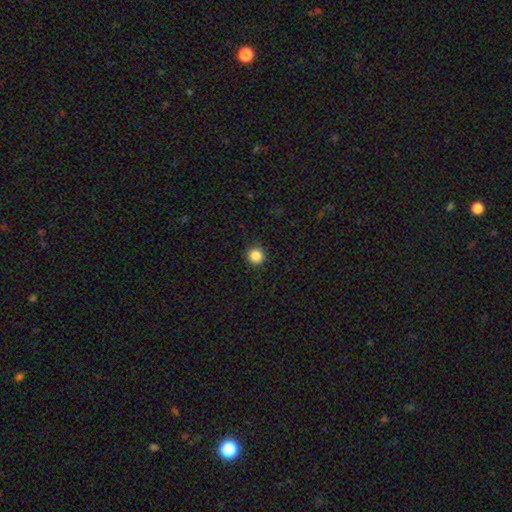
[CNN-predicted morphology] type=smooth (86%); roundness=round (95%); merging=none (92%).